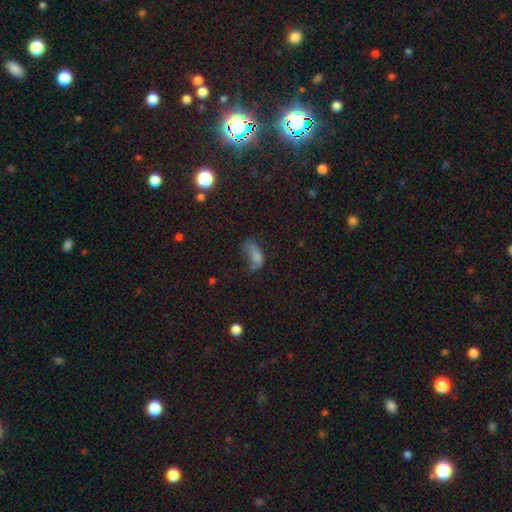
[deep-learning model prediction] A smooth galaxy with no disk features (64%) that is in between round and cigar-shaped (87%).

Vote fractions:
- Smooth or featured? smooth: 64% / featured or disk: 21% / star or artifact: 16%
- How rounded? in between: 87% / cigar-shaped: 7% / round: 5%
- Merging? major disturbance: 47% / minor disturbance: 25% / none: 22% / merger: 6%